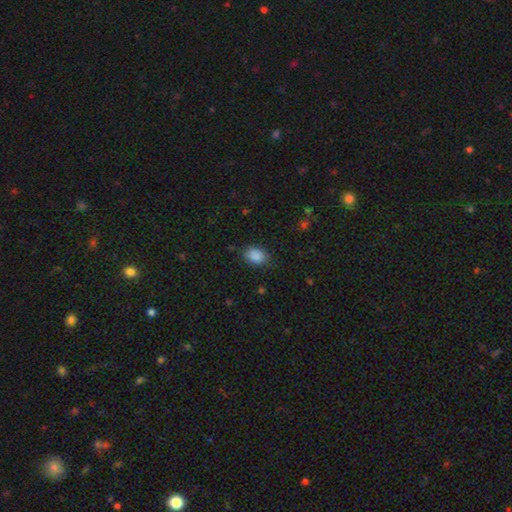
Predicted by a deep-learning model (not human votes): This appears to be a smooth galaxy with no disk features (88%) that is in between round and cigar-shaped (75%). Merging: none (81%).